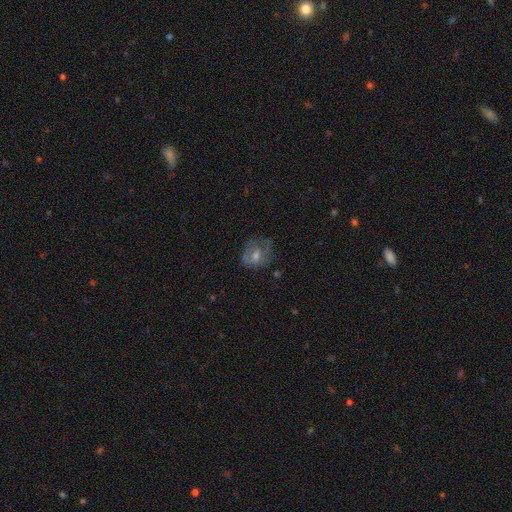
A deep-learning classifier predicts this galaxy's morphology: Smooth or featured? Predicted: featured or disk (p=0.55). Edge-on disk? Predicted: no (p=0.96). Bar? Predicted: no (p=0.58). Spiral arms? Predicted: yes (p=0.54). Bulge size? Predicted: moderate (p=0.59). Merging? Predicted: none (p=0.58).